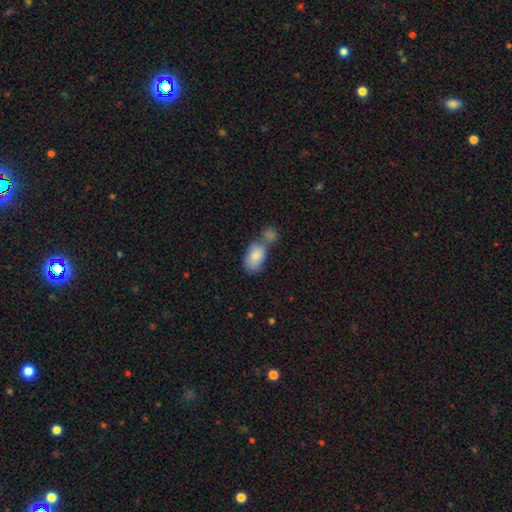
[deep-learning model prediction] Smooth or featured: smooth — 82% (featured or disk — 11%)
How rounded: in between — 91% (round — 7%)
Merging: merger — 43% (none — 35%)